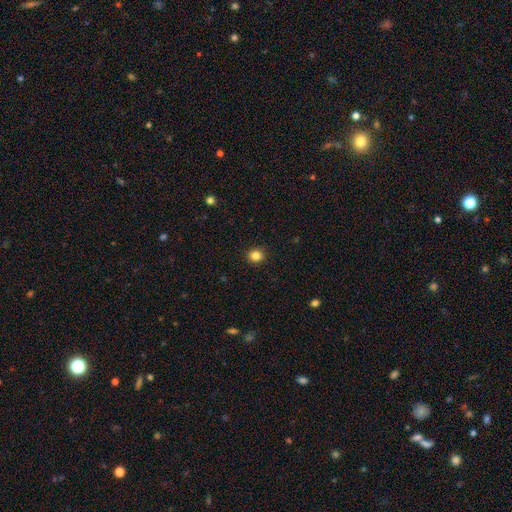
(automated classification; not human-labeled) smooth_or_featured: smooth (p=0.84) [alt: star or artifact p=0.11]
how_rounded: round (p=0.82) [alt: in between p=0.17]
merging: none (p=0.91) [alt: minor disturbance p=0.06]